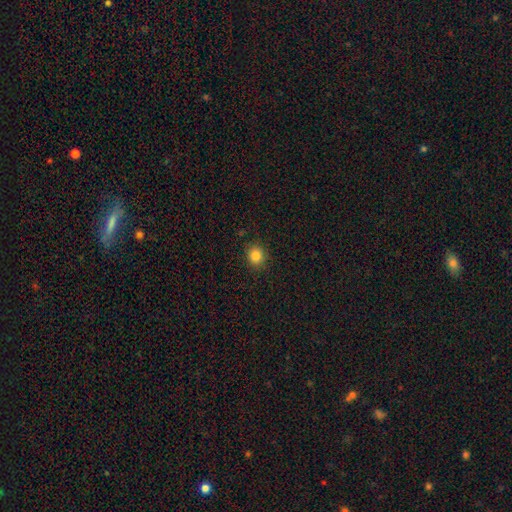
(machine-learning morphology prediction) Overall: smooth (84%). How rounded: round (83%). Merging: none (90%).